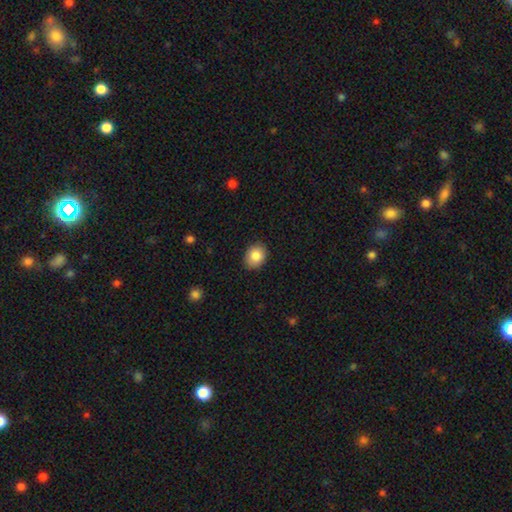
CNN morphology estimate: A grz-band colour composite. It shows a smooth galaxy with no disk features (85%) that is in between round and cigar-shaped (50%, tied with round). Merging: none (88%).